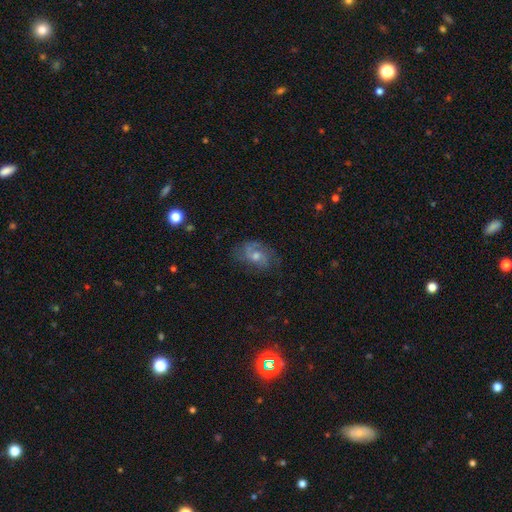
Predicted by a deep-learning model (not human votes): The model was most divided on "spiral winding": medium: 47%, tight: 31%, loose: 22%. More confident: edge-on disk — no (96%); spiral arms — yes (89%); merging — none (70%); smooth or featured — featured or disk (65%); bar — no (59%); bulge size — moderate (58%); spiral arm count — 2 (56%).